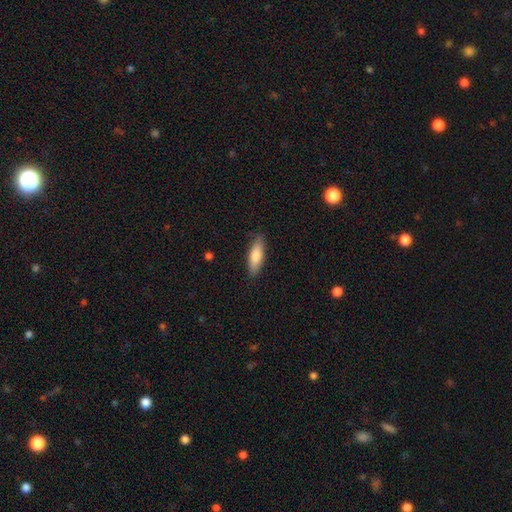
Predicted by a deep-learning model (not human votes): Smooth or featured: smooth — 79% (featured or disk — 16%)
How rounded: in between — 54% (cigar-shaped — 44%)
Merging: none — 84% (minor disturbance — 12%)